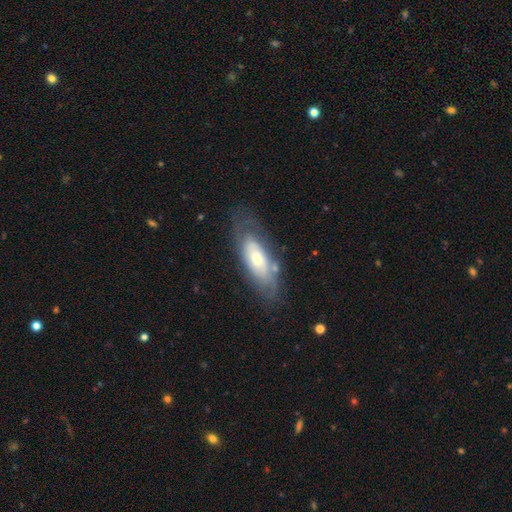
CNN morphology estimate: Overall: featured or disk (56%; smooth 37%). Edge-on disk: no (79%). Merging: none (67%).